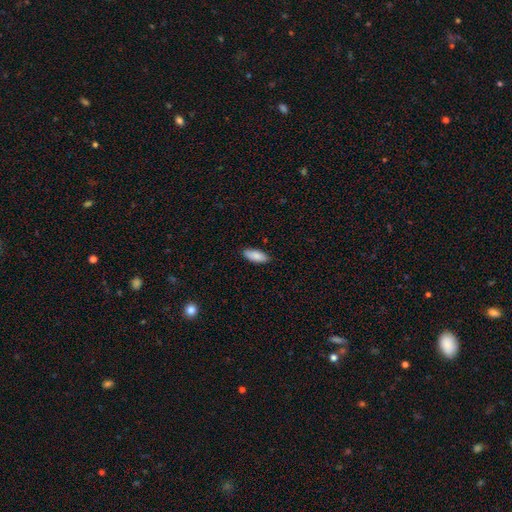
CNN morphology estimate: Smooth or featured? smooth (88%)
How rounded? in between (81%)
Merging? none (85%)